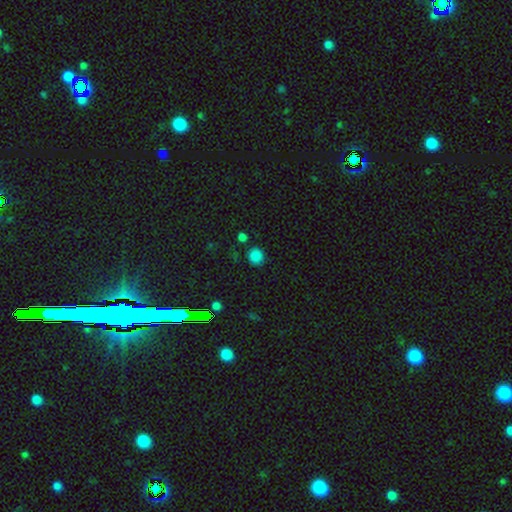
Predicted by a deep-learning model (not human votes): Smooth or featured: smooth — 81% (star or artifact — 15%)
How rounded: round — 85% (in between — 14%)
Merging: none — 81% (minor disturbance — 10%)